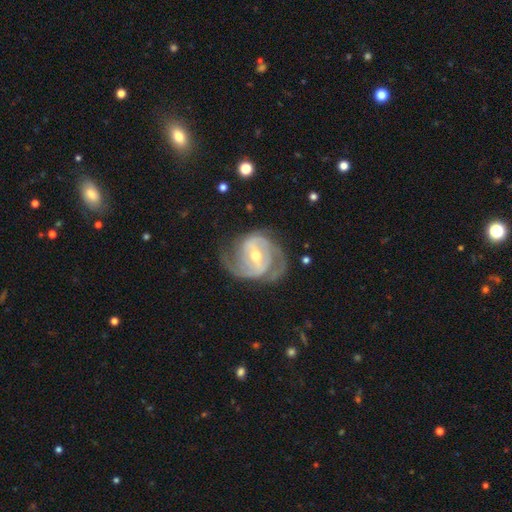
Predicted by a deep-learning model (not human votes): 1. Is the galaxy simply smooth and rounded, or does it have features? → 90% featured or disk, 6% smooth, 4% star or artifact.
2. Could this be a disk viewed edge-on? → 97% no, 3% yes.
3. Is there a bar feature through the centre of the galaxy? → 43% weak, 42% strong, 16% no.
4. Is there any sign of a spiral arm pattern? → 96% yes, 4% no.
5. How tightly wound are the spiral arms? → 45% medium, 42% tight, 13% loose.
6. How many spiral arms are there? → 70% 2, 13% 3, 9% can't tell, 3% 1, 3% 4, 2% more than 4.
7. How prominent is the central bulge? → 56% moderate, 40% small, 2% large, 1% none, 1% dominant.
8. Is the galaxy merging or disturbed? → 69% none, 18% minor disturbance, 11% major disturbance, 2% merger.